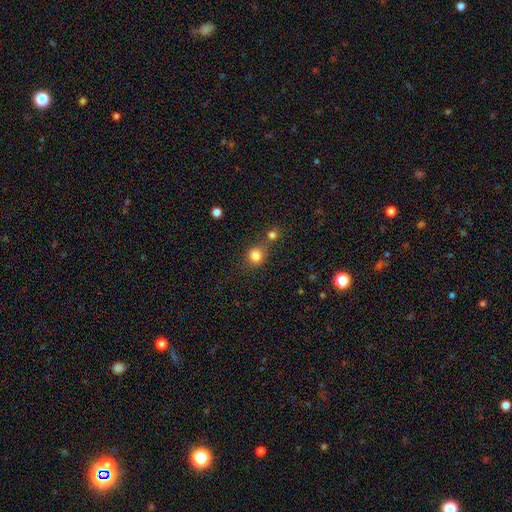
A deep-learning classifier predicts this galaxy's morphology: Smooth or featured?
  - smooth: 81% *
  - star or artifact: 13%
  - featured or disk: 6%
How rounded?
  - round: 83% *
  - in between: 16%
  - cigar-shaped: 1%
Merging?
  - none: 62% *
  - merger: 23%
  - minor disturbance: 10%
  - major disturbance: 4%